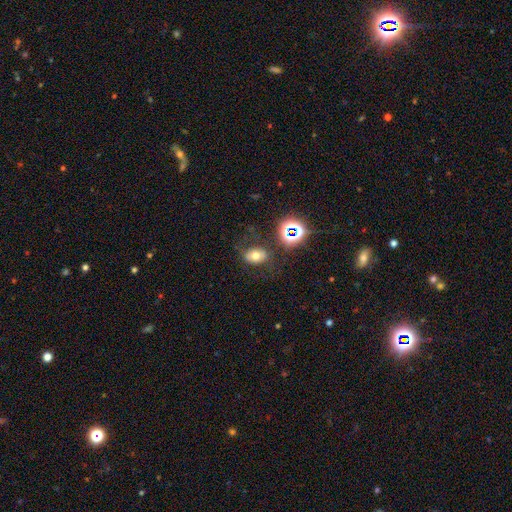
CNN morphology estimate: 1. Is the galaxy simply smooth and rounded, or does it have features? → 60% smooth, 21% featured or disk, 19% star or artifact.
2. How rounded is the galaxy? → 74% in between, 25% round, 1% cigar-shaped.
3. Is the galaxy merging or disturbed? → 71% none, 16% minor disturbance, 9% major disturbance, 4% merger.